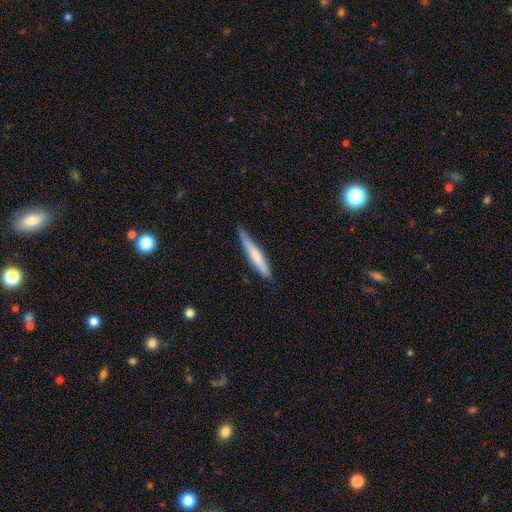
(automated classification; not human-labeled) Smooth or featured? smooth (68%)
How rounded? cigar-shaped (94%)
Merging? none (78%)